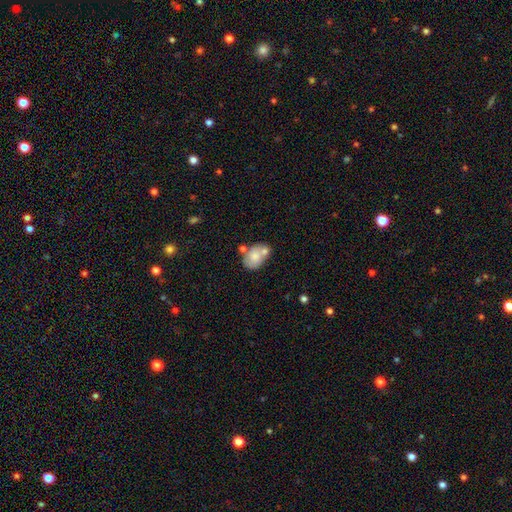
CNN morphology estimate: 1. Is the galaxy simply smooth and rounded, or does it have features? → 70% smooth, 22% featured or disk, 8% star or artifact.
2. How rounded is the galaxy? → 75% in between, 24% round, 1% cigar-shaped.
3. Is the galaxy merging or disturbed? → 41% none, 34% merger, 18% minor disturbance, 7% major disturbance.